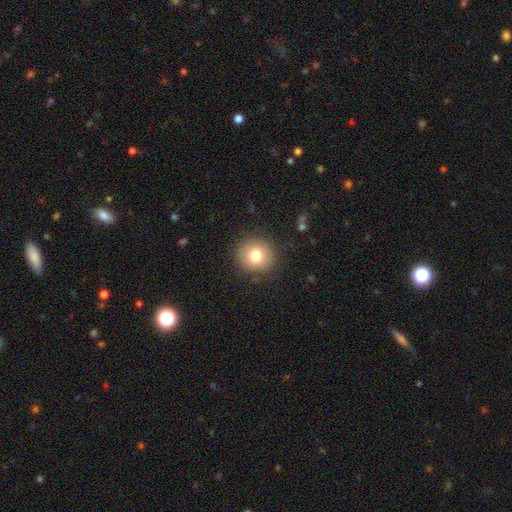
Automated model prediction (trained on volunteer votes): Q: Smooth or featured?
A: smooth (79%); runner-up: featured or disk (11%)
Q: How rounded?
A: round (90%); runner-up: in between (9%)
Q: Merging?
A: none (88%); runner-up: minor disturbance (8%)